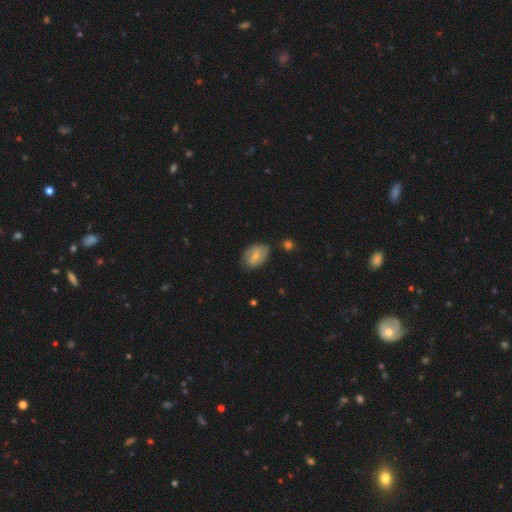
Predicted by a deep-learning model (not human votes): The model was most divided on "smooth or featured": smooth: 61%, featured or disk: 31%, star or artifact: 7%. More confident: how rounded — in between (80%); merging — none (63%).